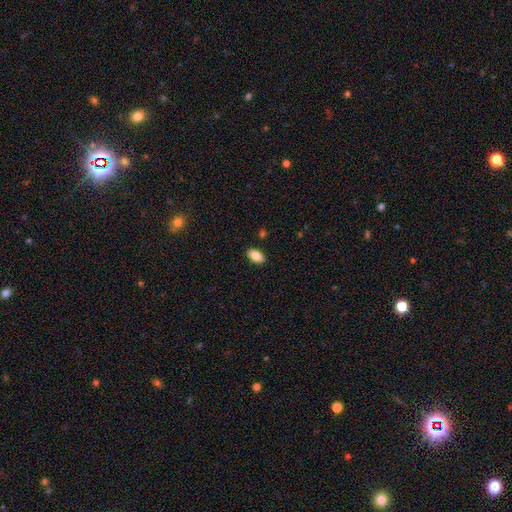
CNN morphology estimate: This is clearly a smooth galaxy (83%). How rounded: clearly in between (93%). Merging: clearly none (89%).